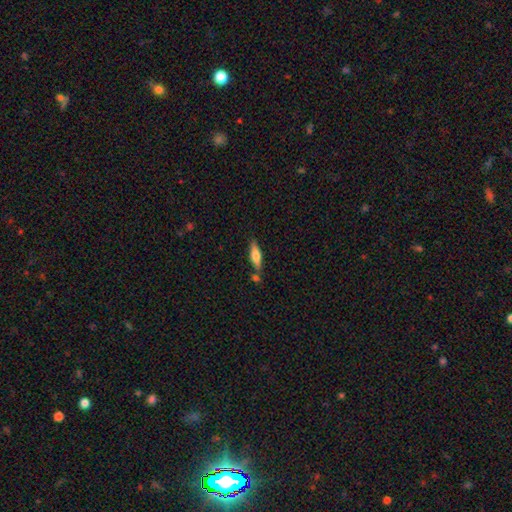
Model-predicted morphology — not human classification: smooth 57%, featured or disk 36%, star or artifact 7%. Down the decision tree: how rounded — cigar-shaped (60%); merging — none (70%).